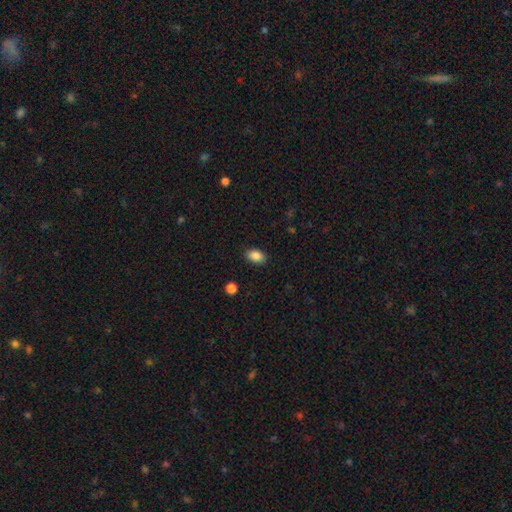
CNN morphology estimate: A smooth galaxy with no disk features (88%) that is in between round and cigar-shaped (86%). Merging: none (87%).